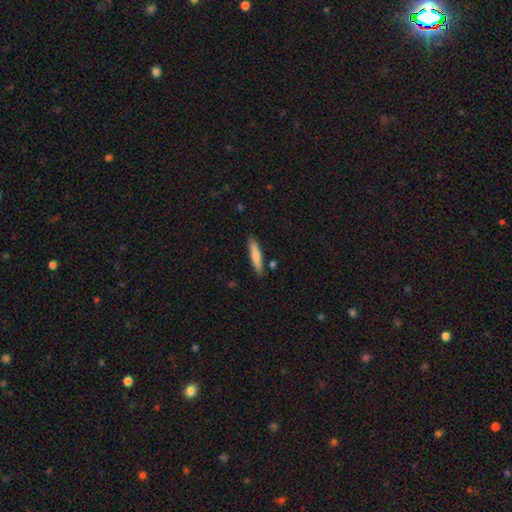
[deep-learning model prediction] A smooth galaxy with no disk features (73%) that is cigar-shaped (85%). Merging: none (84%).